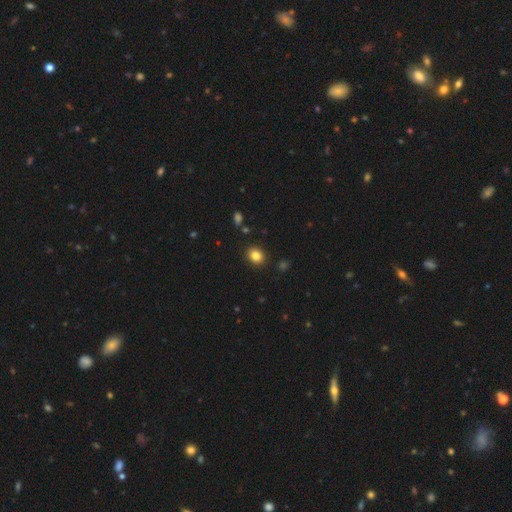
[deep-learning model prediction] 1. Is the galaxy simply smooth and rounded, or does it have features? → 84% smooth, 11% star or artifact, 5% featured or disk.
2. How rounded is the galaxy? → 54% round, 45% in between, 1% cigar-shaped.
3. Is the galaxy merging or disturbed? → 89% none, 7% minor disturbance, 2% major disturbance, 2% merger.